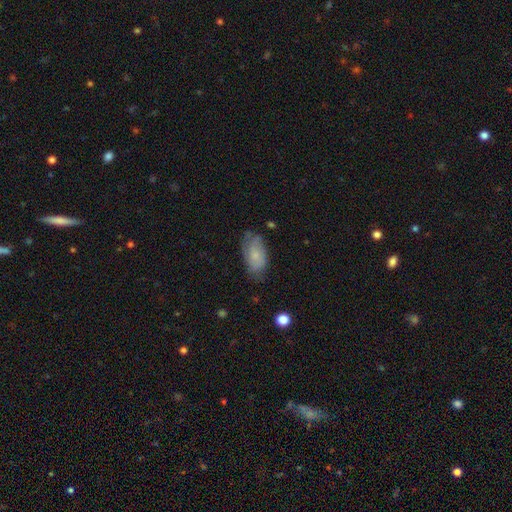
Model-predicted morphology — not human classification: smooth-or-featured: smooth: 64% | featured or disk: 29% | star or artifact: 7%
  how-rounded: in between: 92% | cigar-shaped: 5% | round: 4%
  merging: none: 58% | minor disturbance: 30% | major disturbance: 10% | merger: 2%